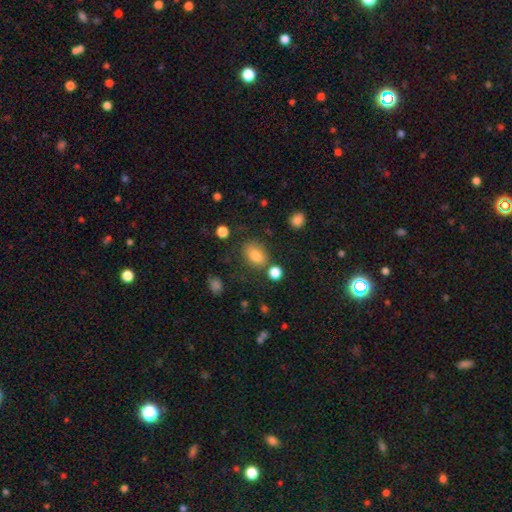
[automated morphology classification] Q: Smooth or featured?
A: smooth (81%); runner-up: star or artifact (11%)
Q: How rounded?
A: in between (74%); runner-up: round (25%)
Q: Merging?
A: none (68%); runner-up: minor disturbance (17%)